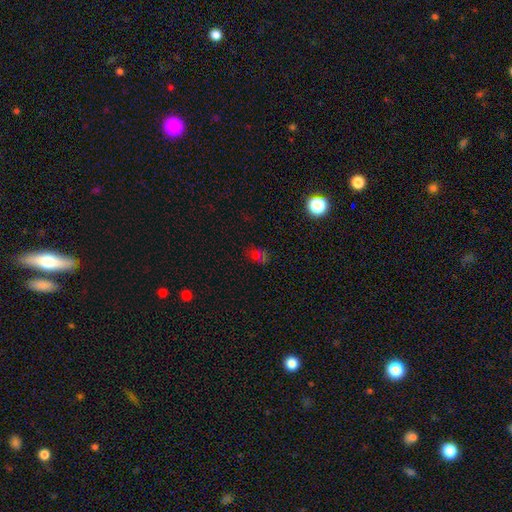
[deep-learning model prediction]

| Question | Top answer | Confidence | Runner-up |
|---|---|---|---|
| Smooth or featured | smooth | 57% | star or artifact (33%) |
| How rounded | in between | 77% | round (21%) |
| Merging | none | 71% | minor disturbance (18%) |